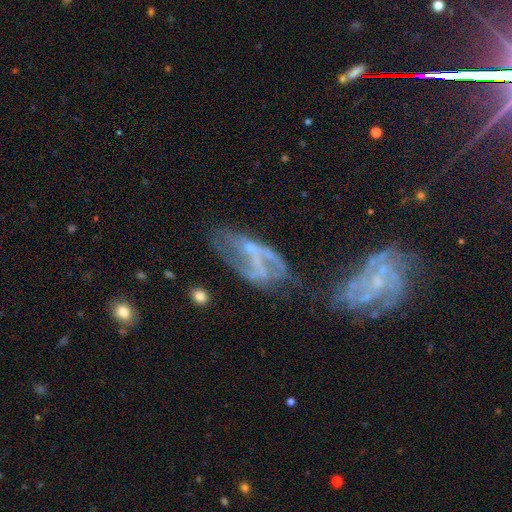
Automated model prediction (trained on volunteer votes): Morphology: type=featured or disk (75%); edge-on=no (95%); bar=no (43%); spiral arms=yes (68%); bulge=small (44%); merging=major disturbance (31%).